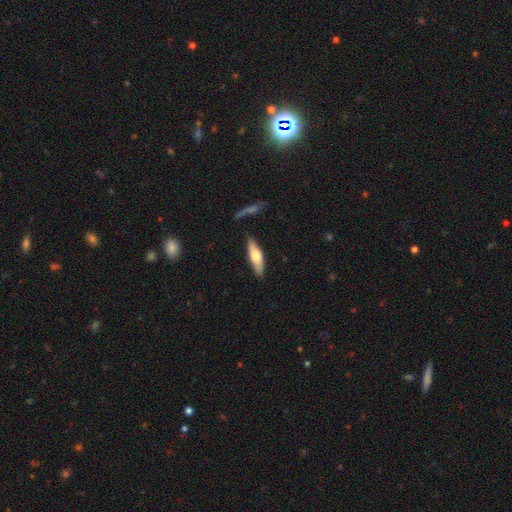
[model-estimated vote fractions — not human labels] Smooth or featured? smooth (58%)
How rounded? cigar-shaped (59%)
Merging? none (82%)